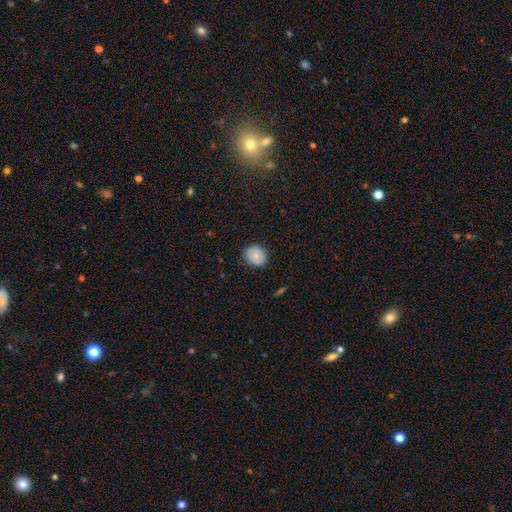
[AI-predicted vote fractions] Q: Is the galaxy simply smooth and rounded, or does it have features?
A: smooth — 78%.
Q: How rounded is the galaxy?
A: round — 69%.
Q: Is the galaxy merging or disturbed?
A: none — 82%.